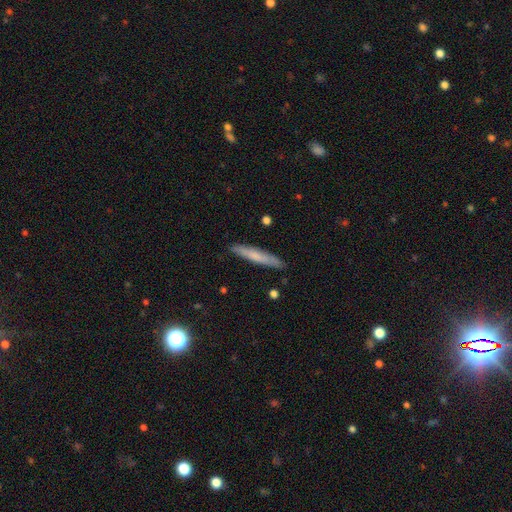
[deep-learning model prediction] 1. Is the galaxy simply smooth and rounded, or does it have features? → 66% smooth, 28% featured or disk, 6% star or artifact.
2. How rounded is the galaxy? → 94% cigar-shaped, 5% in between, 1% round.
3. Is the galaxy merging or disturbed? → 88% none, 9% minor disturbance, 2% major disturbance, 1% merger.